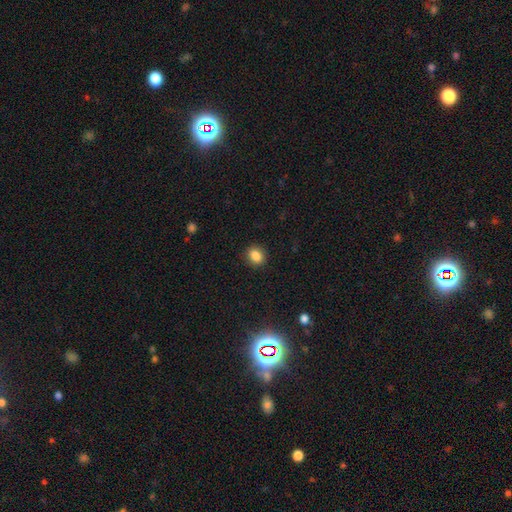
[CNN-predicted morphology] Smooth or featured? Predicted: smooth (p=0.86). How rounded? Predicted: round (p=0.59). Merging? Predicted: none (p=0.89).